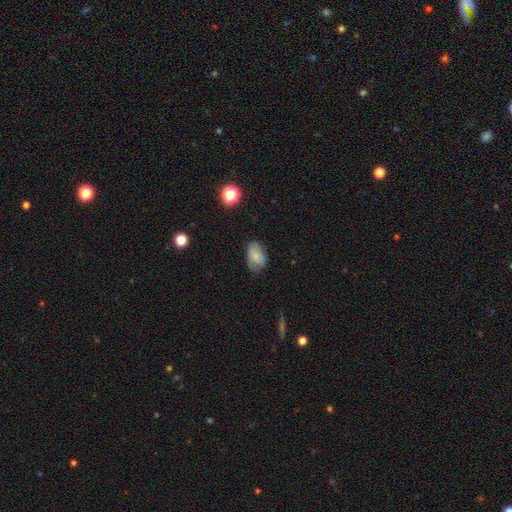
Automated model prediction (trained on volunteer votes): smooth-or-featured: smooth: 77% | featured or disk: 14% | star or artifact: 9%
  how-rounded: in between: 88% | round: 11% | cigar-shaped: 1%
  merging: none: 63% | minor disturbance: 28% | major disturbance: 8% | merger: 1%